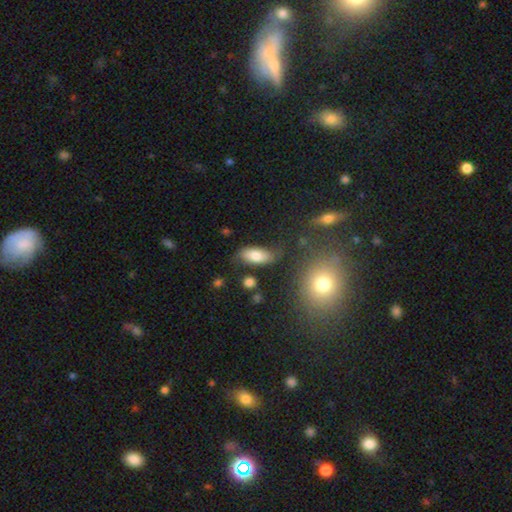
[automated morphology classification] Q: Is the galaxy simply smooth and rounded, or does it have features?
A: smooth — 73%.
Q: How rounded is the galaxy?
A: in between — 87%.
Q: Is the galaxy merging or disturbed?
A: none — 62%.